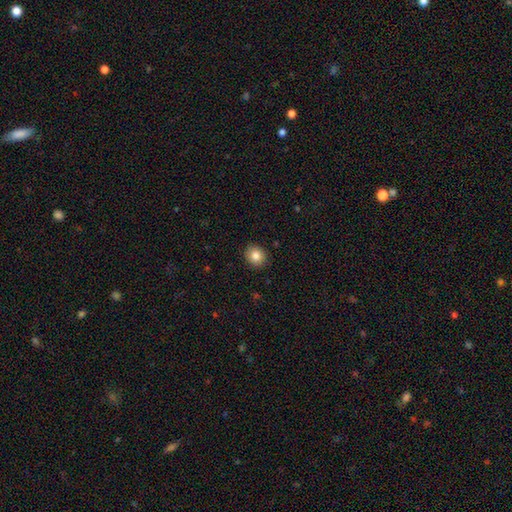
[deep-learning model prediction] smooth-or-featured: smooth: 84% | star or artifact: 9% | featured or disk: 7%
  how-rounded: round: 77% | in between: 22% | cigar-shaped: 1%
  merging: none: 90% | minor disturbance: 7% | major disturbance: 2% | merger: 1%